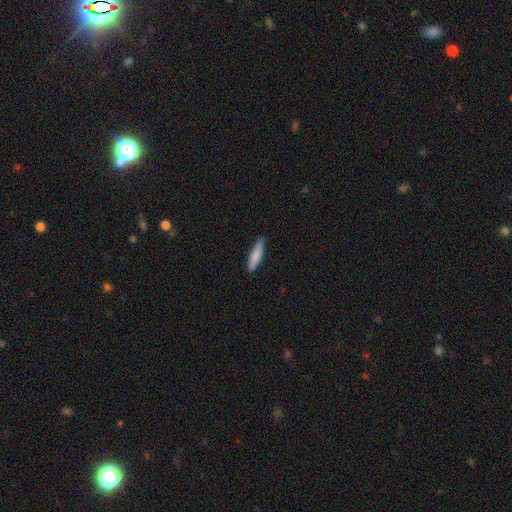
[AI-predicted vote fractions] Overall: smooth (83%). How rounded: cigar-shaped (83%). Merging: none (87%).